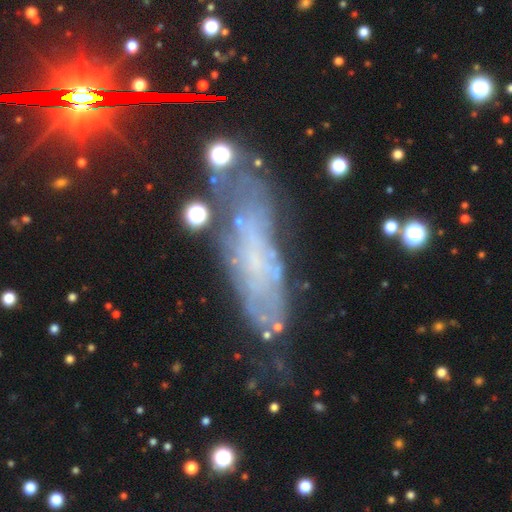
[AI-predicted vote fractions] This is possibly a featured or disk galaxy (54%). It is likely not viewed edge-on (63%). Merging: likely none (70%).